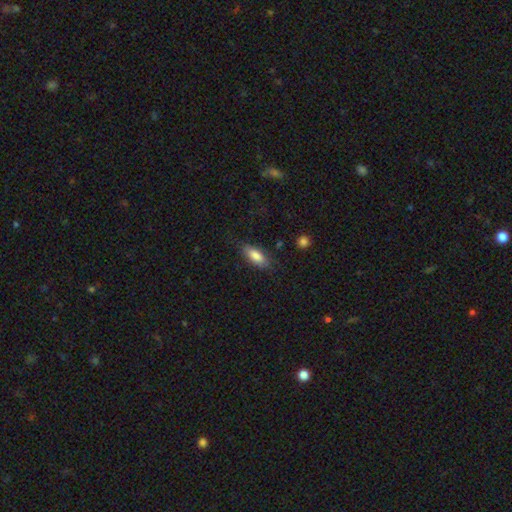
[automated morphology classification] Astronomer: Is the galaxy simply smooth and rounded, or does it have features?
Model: smooth — 81%.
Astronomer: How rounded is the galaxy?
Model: in between — 76%.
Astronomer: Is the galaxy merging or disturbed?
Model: none — 78%.